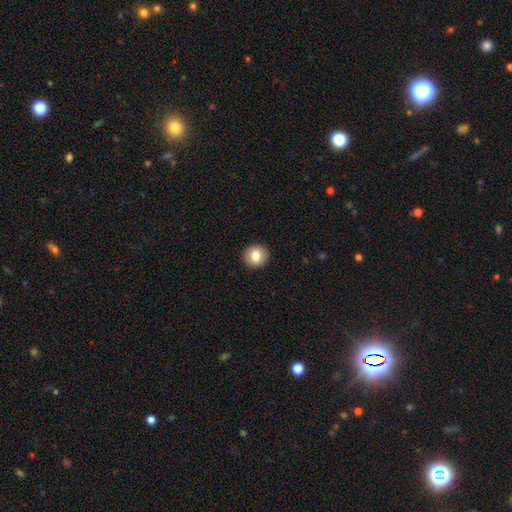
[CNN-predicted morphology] A smooth galaxy with no disk features (80%) that is round (88%).

Vote fractions:
- Smooth or featured? smooth: 80% / featured or disk: 11% / star or artifact: 9%
- How rounded? round: 88% / in between: 11% / cigar-shaped: 1%
- Merging? none: 92% / minor disturbance: 5% / major disturbance: 2% / merger: 1%